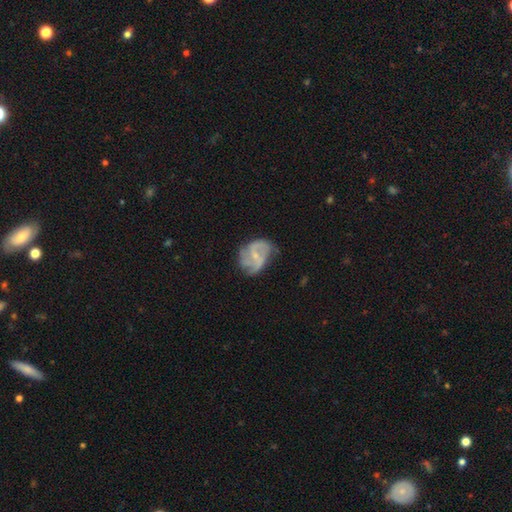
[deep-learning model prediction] Q: Smooth or featured?
A: featured or disk (78%); runner-up: smooth (15%)
Q: Edge-on disk?
A: no (98%); runner-up: yes (2%)
Q: Bar?
A: weak (45%); runner-up: no (44%)
Q: Spiral arms?
A: yes (90%); runner-up: no (10%)
Q: Spiral winding?
A: medium (47%); runner-up: loose (32%)
Q: Spiral arm count?
A: 2 (35%); runner-up: 3 (32%)
Q: Bulge size?
A: small (66%); runner-up: moderate (25%)
Q: Merging?
A: none (53%); runner-up: minor disturbance (29%)